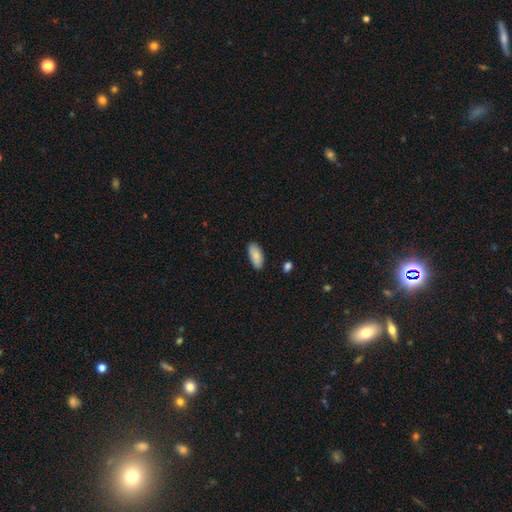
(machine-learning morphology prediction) Q: Smooth or featured?
A: smooth (85%); runner-up: featured or disk (9%)
Q: How rounded?
A: in between (90%); runner-up: cigar-shaped (8%)
Q: Merging?
A: none (85%); runner-up: minor disturbance (12%)